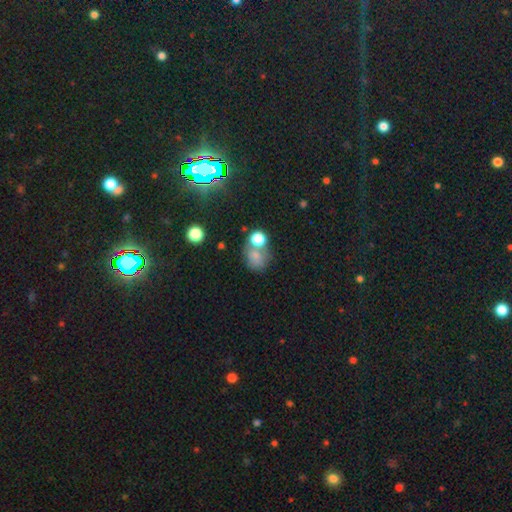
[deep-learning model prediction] Smooth or featured? smooth (69%)
How rounded? round (62%)
Merging? none (41%)